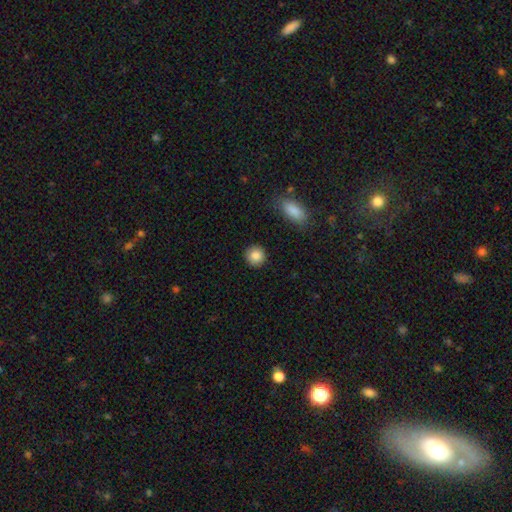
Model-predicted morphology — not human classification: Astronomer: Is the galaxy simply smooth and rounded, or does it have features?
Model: smooth — 87%.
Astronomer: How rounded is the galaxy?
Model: round — 91%.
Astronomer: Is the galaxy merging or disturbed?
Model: none — 90%.